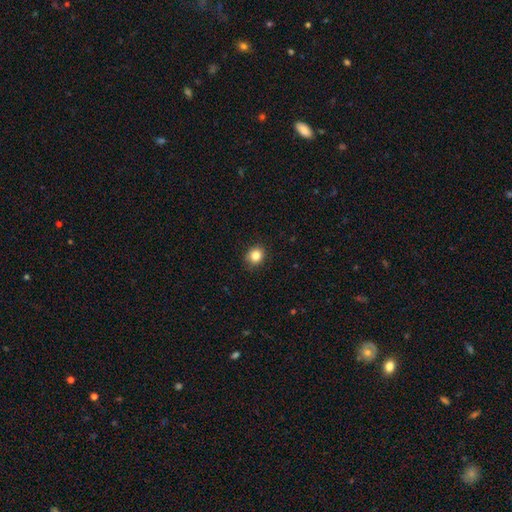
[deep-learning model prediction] smooth_or_featured: smooth (p=0.84) [alt: star or artifact p=0.11]
how_rounded: round (p=0.77) [alt: in between p=0.22]
merging: none (p=0.89) [alt: minor disturbance p=0.08]